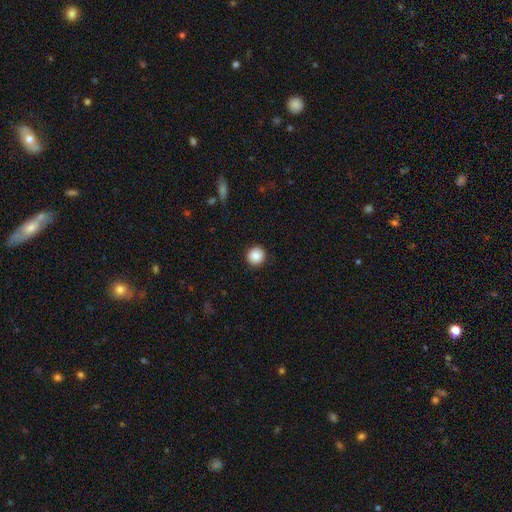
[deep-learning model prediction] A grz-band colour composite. It shows a smooth galaxy with no disk features (88%) that is round (93%). Merging: none (92%).